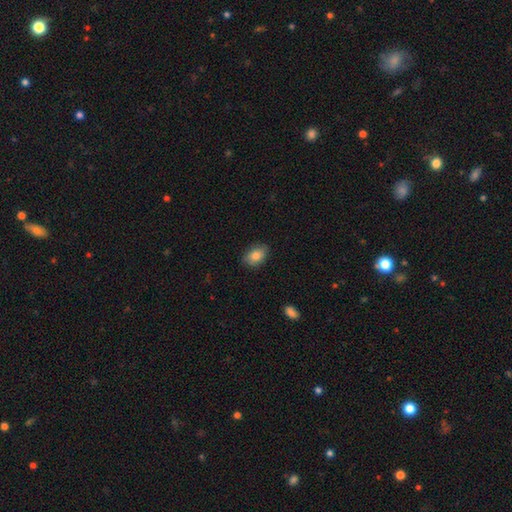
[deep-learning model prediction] Smooth or featured?
  - smooth: 83% *
  - featured or disk: 9%
  - star or artifact: 7%
How rounded?
  - in between: 84% *
  - round: 15%
  - cigar-shaped: 1%
Merging?
  - none: 84% *
  - minor disturbance: 13%
  - major disturbance: 2%
  - merger: 1%